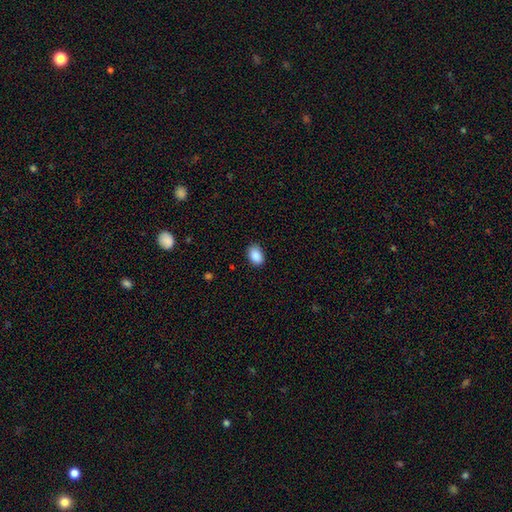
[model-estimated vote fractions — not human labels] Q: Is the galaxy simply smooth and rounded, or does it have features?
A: smooth — 89%.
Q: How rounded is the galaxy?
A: in between — 86%.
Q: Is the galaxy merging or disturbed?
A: none — 85%.